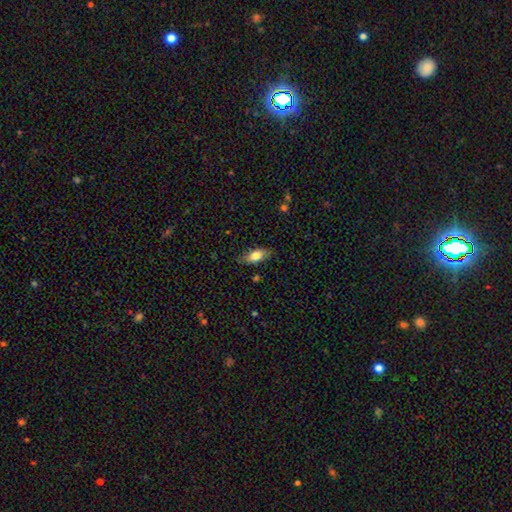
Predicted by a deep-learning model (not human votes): This is likely a smooth galaxy (77%). How rounded: clearly in between (83%). Merging: clearly none (81%).